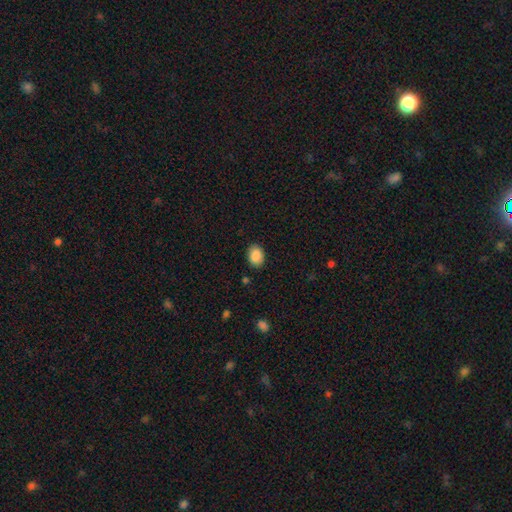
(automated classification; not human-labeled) Overall: smooth (89%). How rounded: in between (73%). Merging: none (87%).